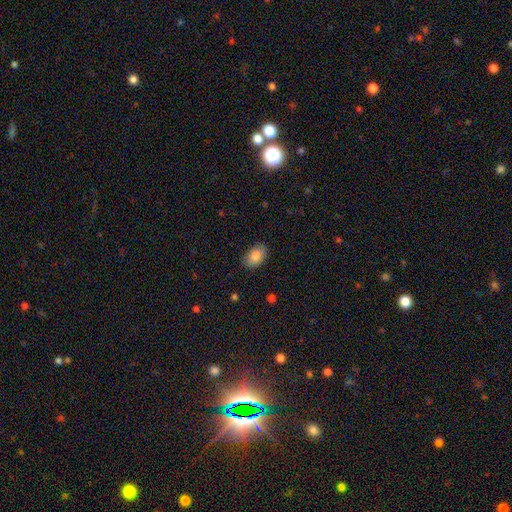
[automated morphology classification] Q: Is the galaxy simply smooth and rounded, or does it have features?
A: smooth — 86%.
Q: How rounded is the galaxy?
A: in between — 91%.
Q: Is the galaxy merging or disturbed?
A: none — 85%.